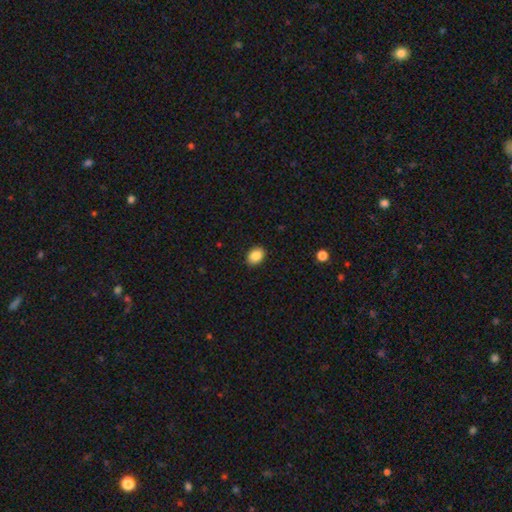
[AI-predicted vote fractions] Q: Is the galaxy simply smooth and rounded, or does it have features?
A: smooth — 88%.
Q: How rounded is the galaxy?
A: in between — 71%.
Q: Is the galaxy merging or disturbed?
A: none — 90%.